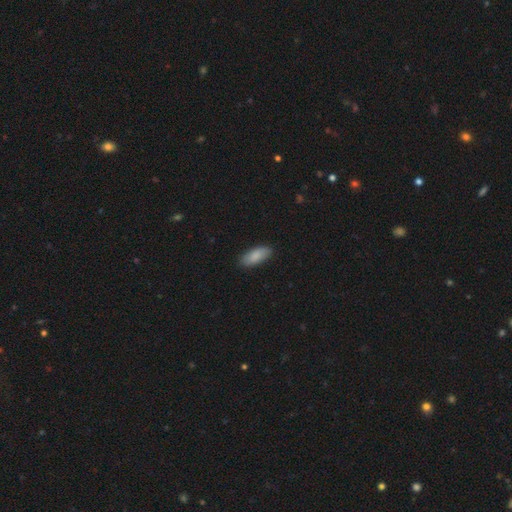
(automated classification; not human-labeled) smooth 87%, featured or disk 8%, star or artifact 6%. Down the decision tree: how rounded — in between (84%); merging — none (86%).